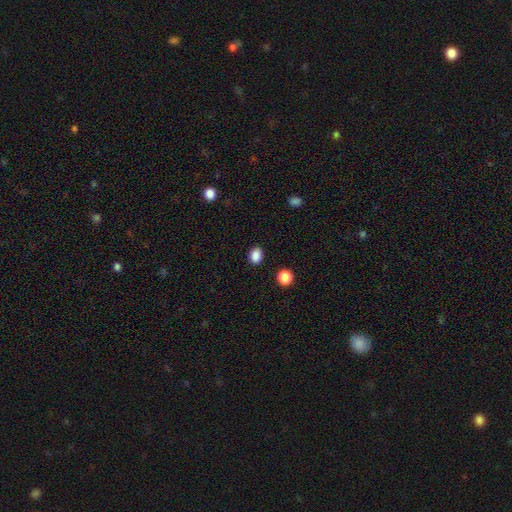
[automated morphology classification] Overall: smooth (87%). How rounded: in between (58%; round 41%). Merging: none (87%).